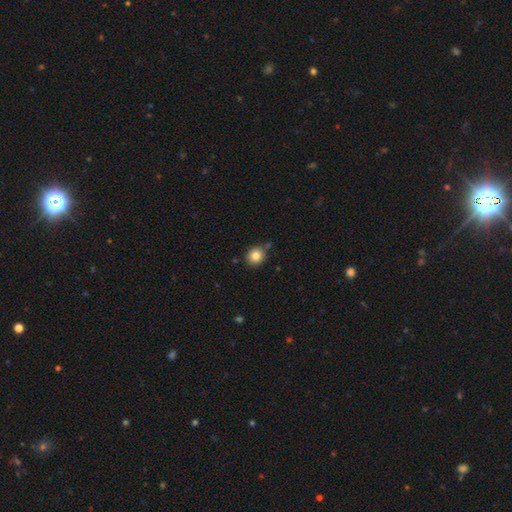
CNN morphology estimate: smooth-or-featured: smooth: 83% | star or artifact: 10% | featured or disk: 7%
  how-rounded: round: 81% | in between: 18% | cigar-shaped: 1%
  merging: none: 77% | minor disturbance: 13% | merger: 7% | major disturbance: 3%